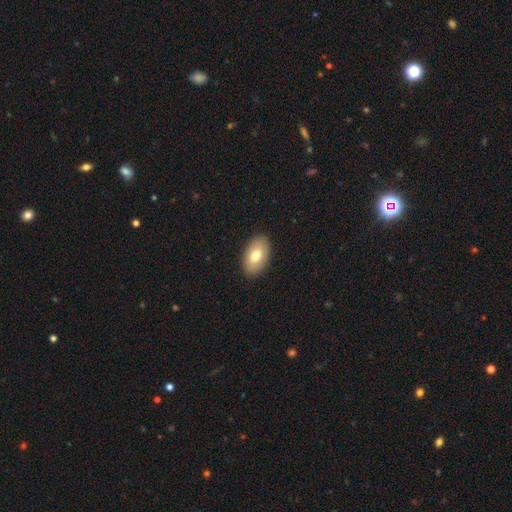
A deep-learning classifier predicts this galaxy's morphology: A smooth galaxy with no disk features (74%) that is in between round and cigar-shaped (92%).

Vote fractions:
- Smooth or featured? smooth: 74% / featured or disk: 19% / star or artifact: 7%
- How rounded? in between: 92% / round: 6% / cigar-shaped: 1%
- Merging? none: 88% / minor disturbance: 9% / major disturbance: 2% / merger: 1%